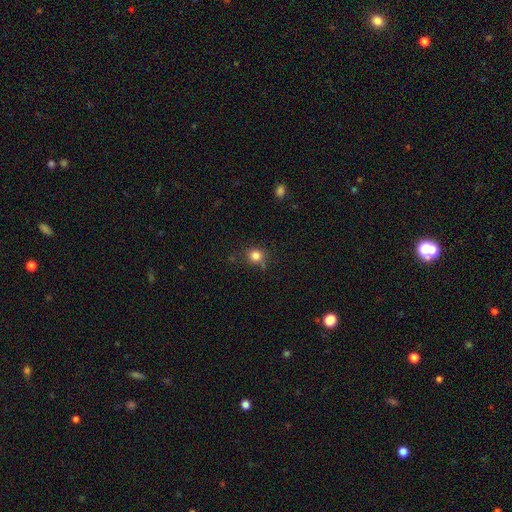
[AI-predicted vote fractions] A smooth galaxy with no disk features (82%) that is round (86%). Merging: none (76%).